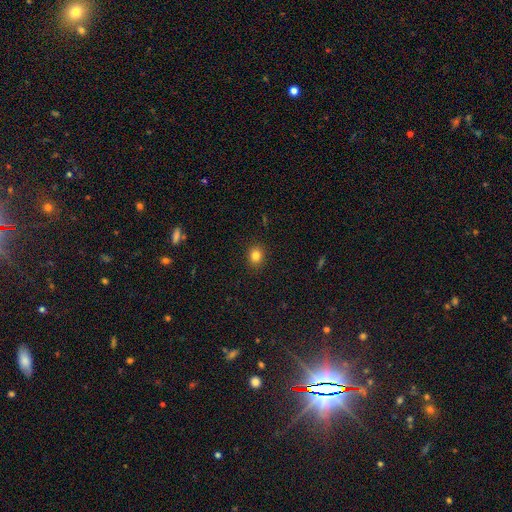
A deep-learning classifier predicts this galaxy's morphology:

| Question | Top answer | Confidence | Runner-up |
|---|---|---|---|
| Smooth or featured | smooth | 83% | star or artifact (12%) |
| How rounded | round | 68% | in between (31%) |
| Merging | none | 90% | minor disturbance (7%) |